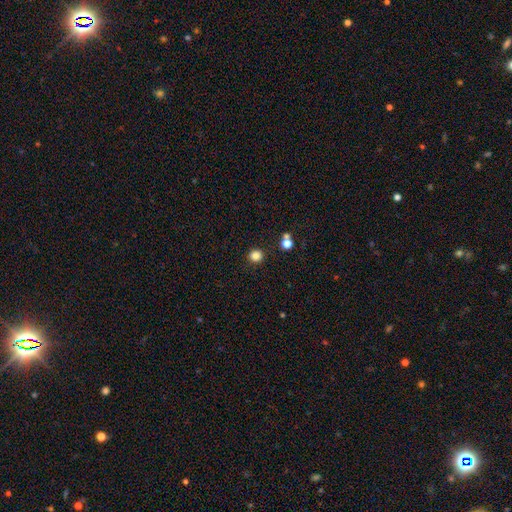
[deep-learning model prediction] Smooth or featured: smooth — 84% (star or artifact — 13%)
How rounded: round — 89% (in between — 11%)
Merging: none — 88% (minor disturbance — 6%)